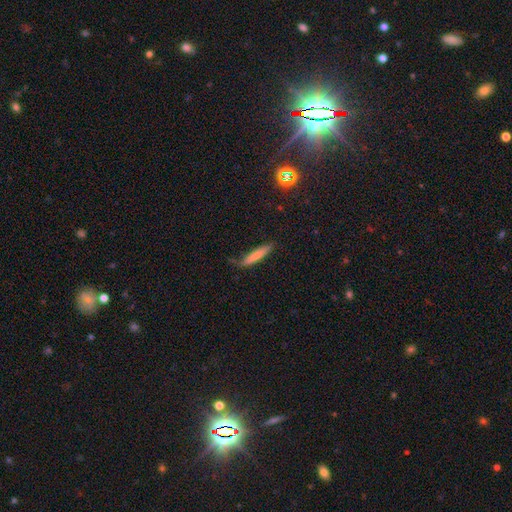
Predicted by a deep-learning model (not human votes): The model was most divided on "merging": none: 73%, minor disturbance: 21%, major disturbance: 4%, merger: 2%. More confident: how rounded — cigar-shaped (91%); smooth or featured — smooth (73%).